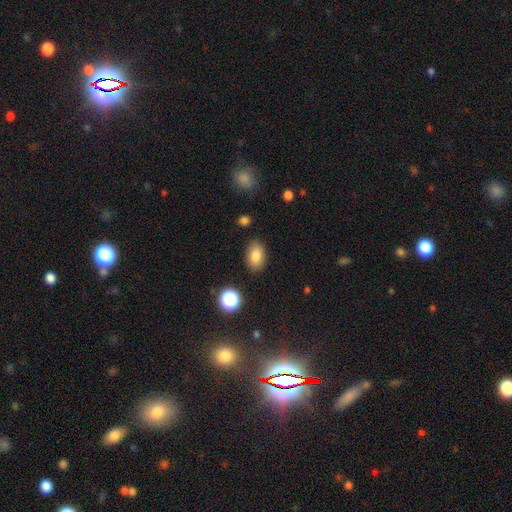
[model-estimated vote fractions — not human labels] smooth-or-featured: smooth: 82% | star or artifact: 10% | featured or disk: 8%
  how-rounded: in between: 87% | round: 11% | cigar-shaped: 2%
  merging: none: 86% | minor disturbance: 10% | major disturbance: 3% | merger: 2%